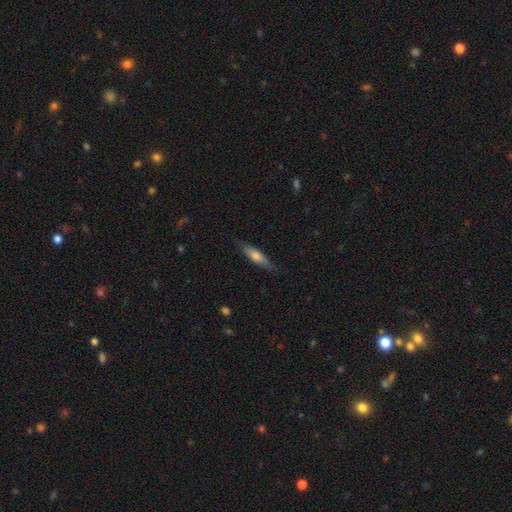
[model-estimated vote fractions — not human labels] Smooth or featured? Predicted: smooth (p=0.65). How rounded? Predicted: cigar-shaped (p=0.64). Merging? Predicted: none (p=0.82).